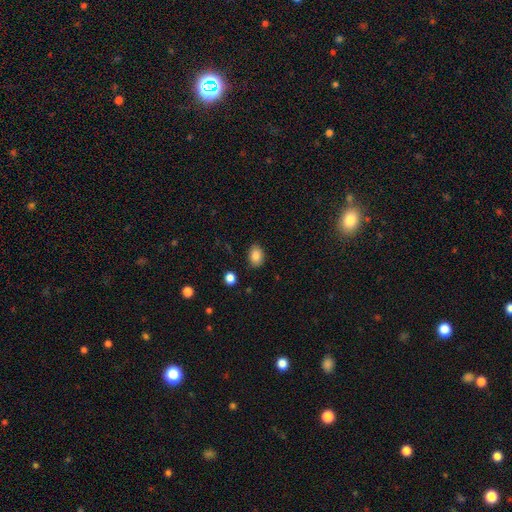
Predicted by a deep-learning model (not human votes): Morphology: type=smooth (85%); roundness=in between (75%); merging=none (86%).